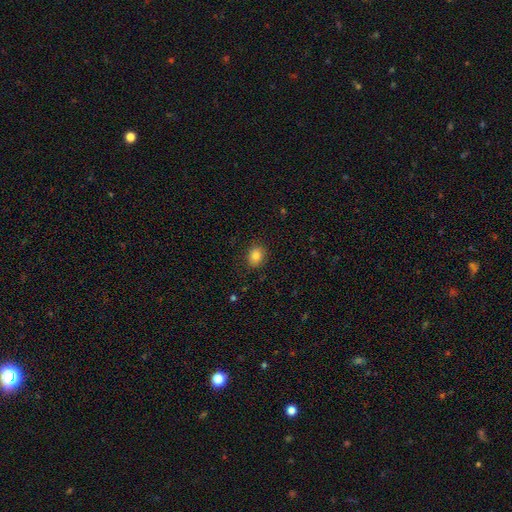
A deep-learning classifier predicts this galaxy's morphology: Overall: smooth (84%). How rounded: in between (50%; round 49%). Merging: none (86%).